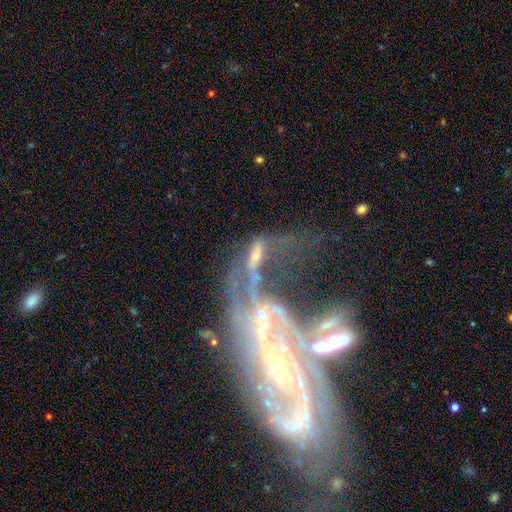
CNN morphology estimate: Smooth or featured? Predicted: featured or disk (p=0.56). Edge-on disk? Predicted: no (p=0.82). Merging? Predicted: merger (p=0.41).